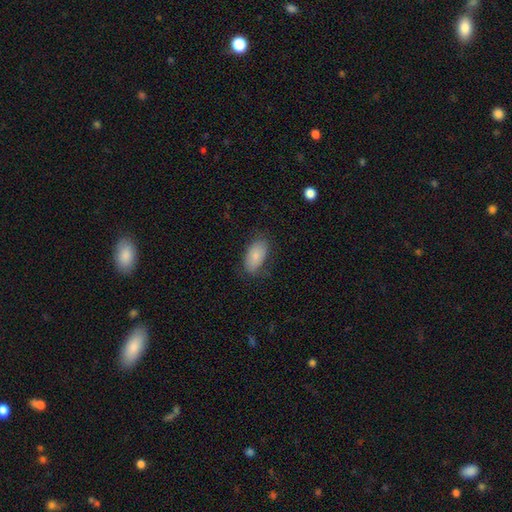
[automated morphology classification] Smooth or featured?
  - smooth: 83% *
  - featured or disk: 11%
  - star or artifact: 7%
How rounded?
  - in between: 94% *
  - round: 3%
  - cigar-shaped: 2%
Merging?
  - none: 75% *
  - minor disturbance: 19%
  - major disturbance: 5%
  - merger: 1%